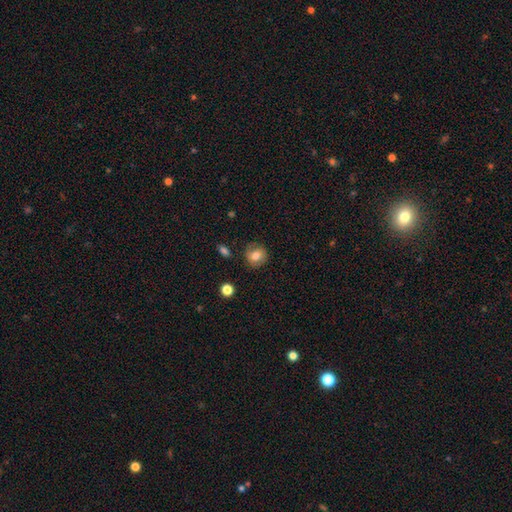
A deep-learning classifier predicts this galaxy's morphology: This is likely a smooth galaxy (75%). How rounded: clearly round (85%). Merging: likely none (80%).